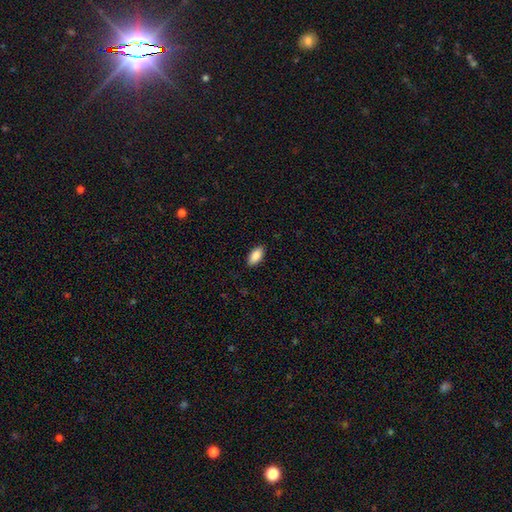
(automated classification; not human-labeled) Smooth or featured? smooth (88%)
How rounded? in between (90%)
Merging? none (88%)